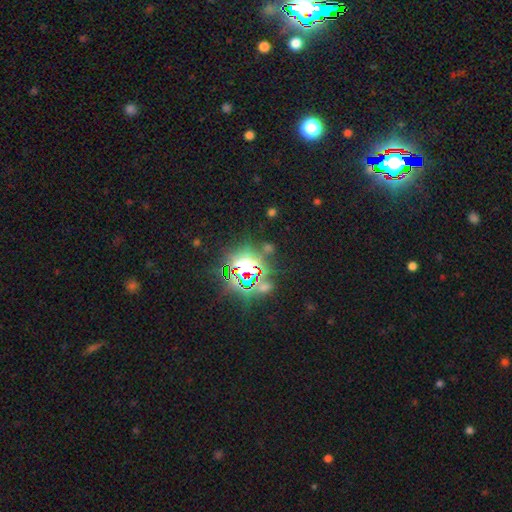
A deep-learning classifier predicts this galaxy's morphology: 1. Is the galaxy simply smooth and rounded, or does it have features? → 84% star or artifact, 10% smooth, 6% featured or disk.